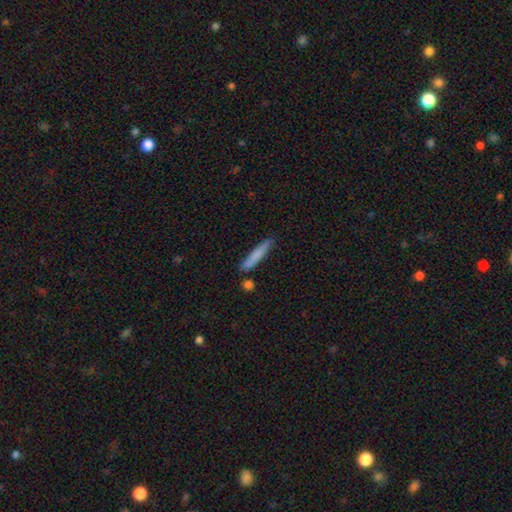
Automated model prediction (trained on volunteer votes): This is likely a smooth galaxy (74%). How rounded: clearly cigar-shaped (93%). Merging: likely none (80%).